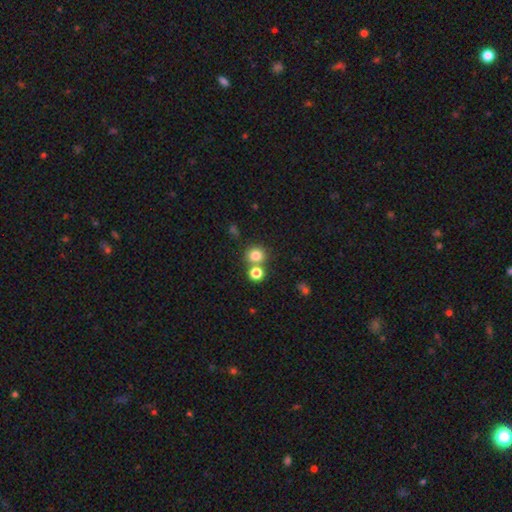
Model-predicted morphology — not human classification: Smooth or featured? Predicted: smooth (p=0.78). How rounded? Predicted: round (p=0.86). Merging? Predicted: none (p=0.66).